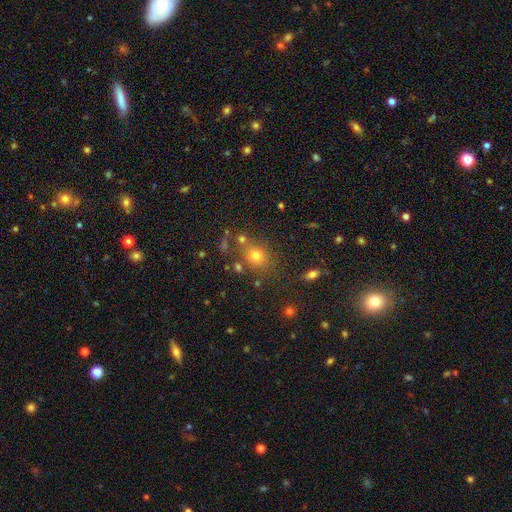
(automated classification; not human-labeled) Smooth or featured: smooth — 71% (star or artifact — 19%)
How rounded: round — 69% (in between — 30%)
Merging: none — 71% (minor disturbance — 12%)